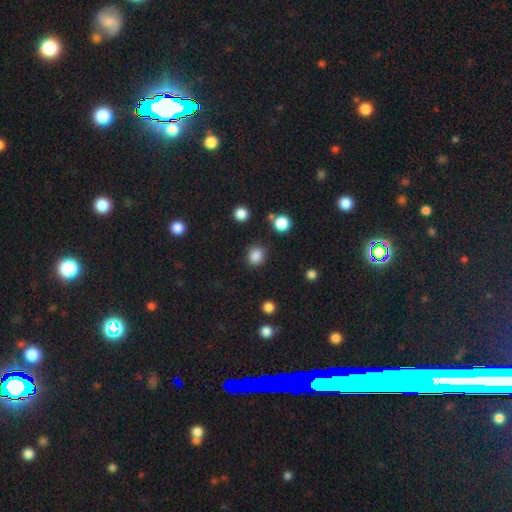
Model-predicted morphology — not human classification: Smooth or featured? smooth (84%)
How rounded? round (86%)
Merging? none (85%)